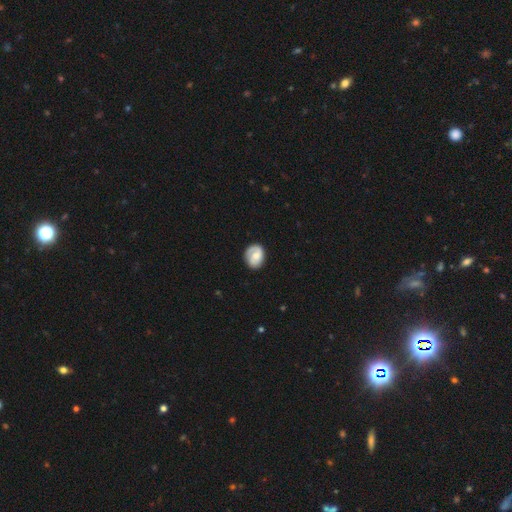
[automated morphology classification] Smooth or featured: featured or disk — 50% (smooth — 43%)
Edge-on disk: no — 97% (yes — 3%)
Merging: none — 75% (minor disturbance — 18%)